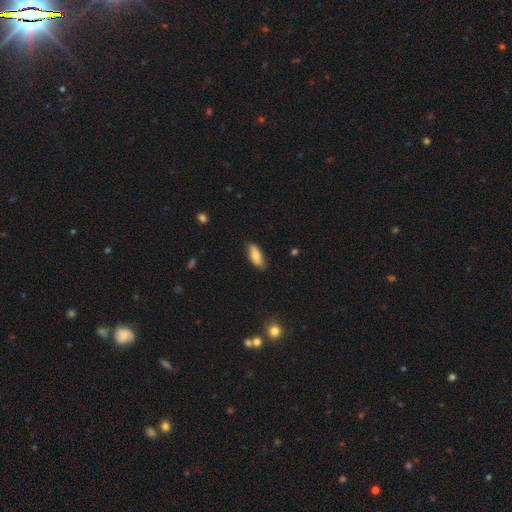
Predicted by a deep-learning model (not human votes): Smooth or featured? smooth (71%)
How rounded? in between (77%)
Merging? none (81%)